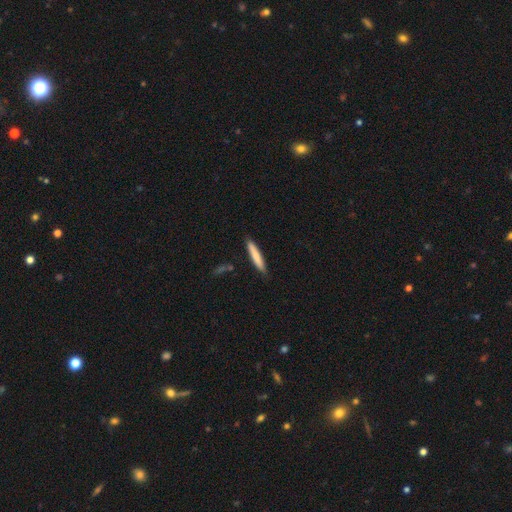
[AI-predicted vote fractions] This appears to be a smooth galaxy with no disk features (78%) that is cigar-shaped (92%). Merging: none (85%).